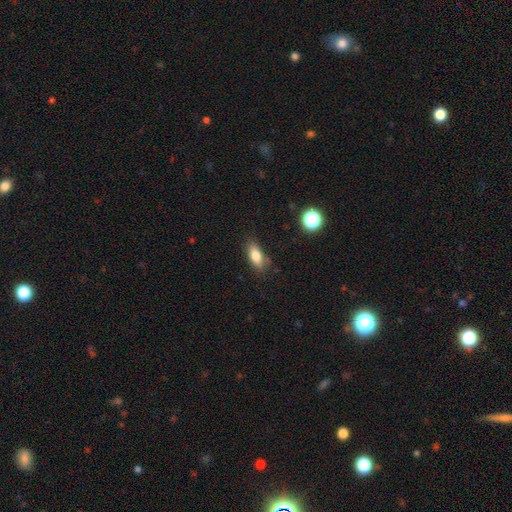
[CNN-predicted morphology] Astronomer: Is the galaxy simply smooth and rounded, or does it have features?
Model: smooth — 80%.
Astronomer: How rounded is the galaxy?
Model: in between — 79%.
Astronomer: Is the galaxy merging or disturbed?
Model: none — 79%.